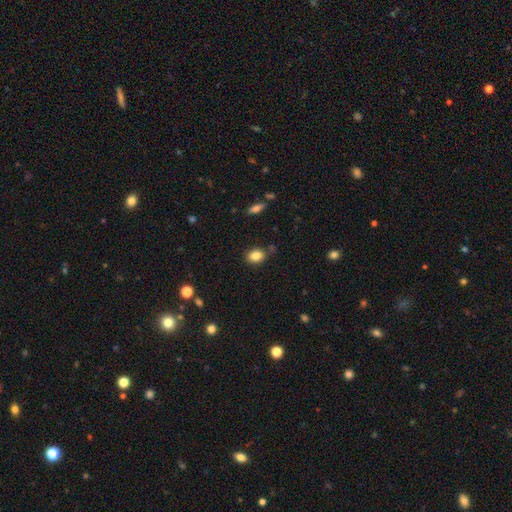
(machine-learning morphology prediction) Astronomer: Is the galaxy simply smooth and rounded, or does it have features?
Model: smooth — 85%.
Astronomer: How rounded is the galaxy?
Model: in between — 71%.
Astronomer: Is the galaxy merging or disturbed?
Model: none — 81%.